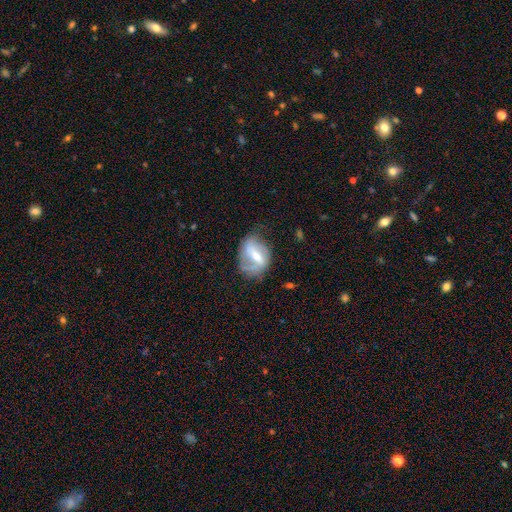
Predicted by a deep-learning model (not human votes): Q: Smooth or featured?
A: featured or disk (71%); runner-up: smooth (23%)
Q: Edge-on disk?
A: no (94%); runner-up: yes (6%)
Q: Bar?
A: strong (50%); runner-up: weak (38%)
Q: Spiral arms?
A: yes (73%); runner-up: no (27%)
Q: Bulge size?
A: moderate (58%); runner-up: small (33%)
Q: Merging?
A: none (55%); runner-up: minor disturbance (27%)